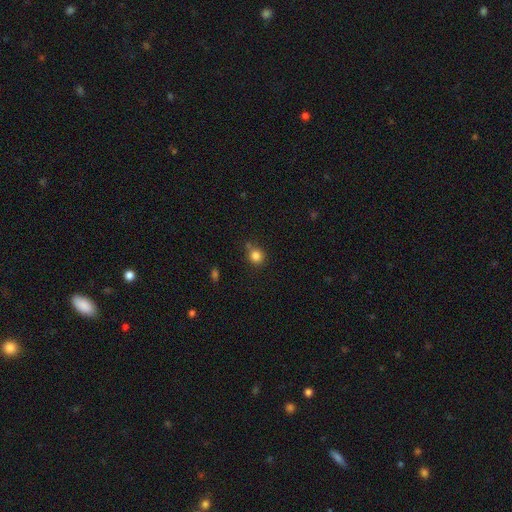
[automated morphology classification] Overall: smooth (84%). How rounded: round (85%). Merging: none (72%).